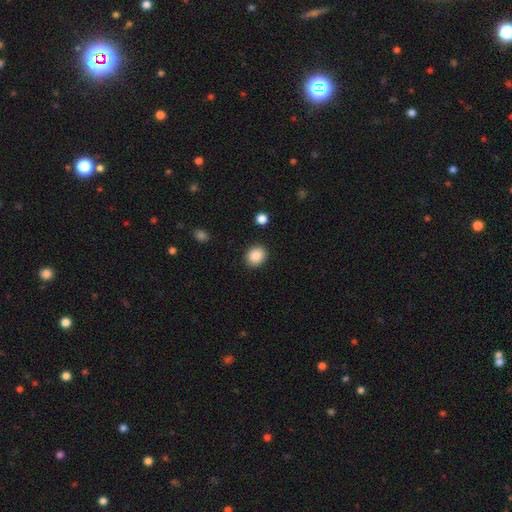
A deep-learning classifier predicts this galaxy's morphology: A smooth galaxy with no disk features (88%) that is round (67%).

Vote fractions:
- Smooth or featured? smooth: 88% / star or artifact: 8% / featured or disk: 4%
- How rounded? round: 67% / in between: 32% / cigar-shaped: 1%
- Merging? none: 90% / minor disturbance: 7% / major disturbance: 2% / merger: 1%